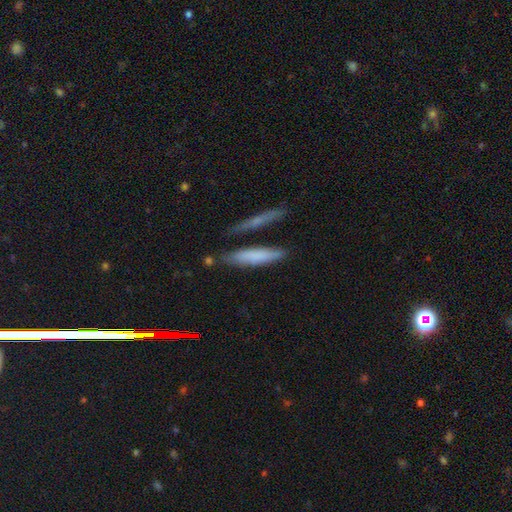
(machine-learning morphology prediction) The model was most divided on "smooth or featured": smooth: 70%, featured or disk: 22%, star or artifact: 8%. More confident: how rounded — cigar-shaped (84%); merging — none (71%).